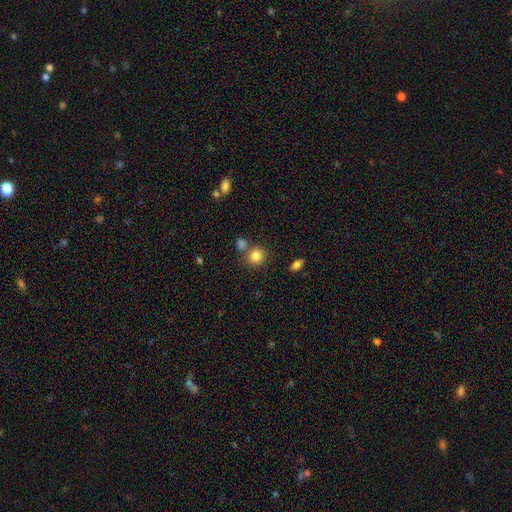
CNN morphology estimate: smooth_or_featured: smooth (p=0.83) [alt: star or artifact p=0.10]
how_rounded: round (p=0.85) [alt: in between p=0.14]
merging: none (p=0.68) [alt: merger p=0.19]